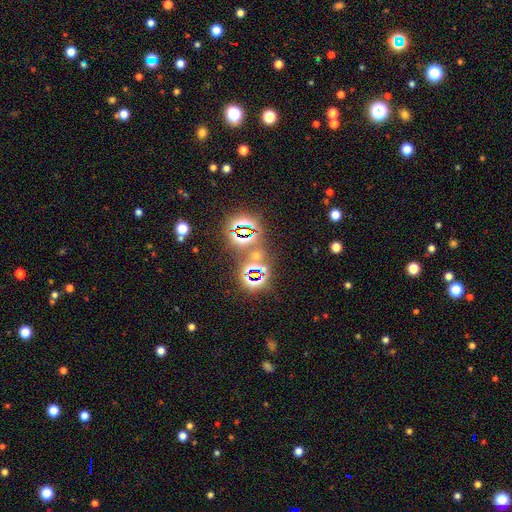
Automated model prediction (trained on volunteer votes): Overall: star or artifact (76%).